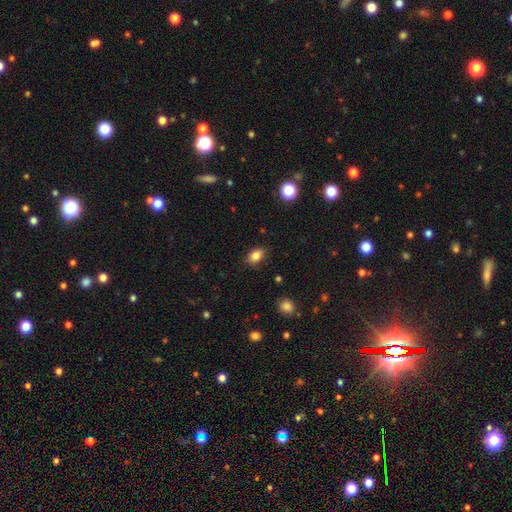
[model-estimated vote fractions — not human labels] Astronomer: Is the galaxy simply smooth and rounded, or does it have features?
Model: smooth — 84%.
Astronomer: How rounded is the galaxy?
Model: in between — 80%.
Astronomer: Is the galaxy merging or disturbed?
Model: none — 84%.